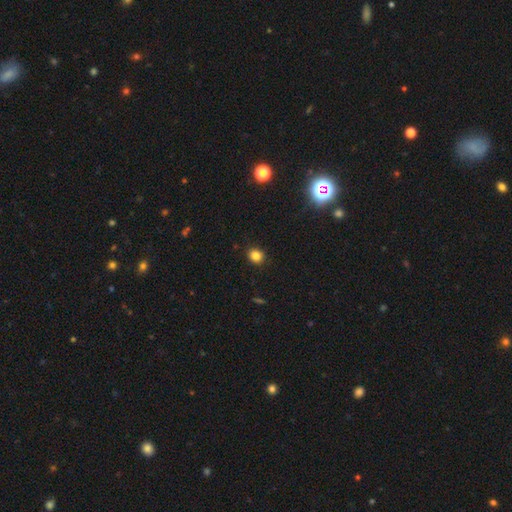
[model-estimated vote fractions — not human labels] smooth 83%, star or artifact 13%, featured or disk 5%. Down the decision tree: how rounded — round (78%); merging — none (91%).